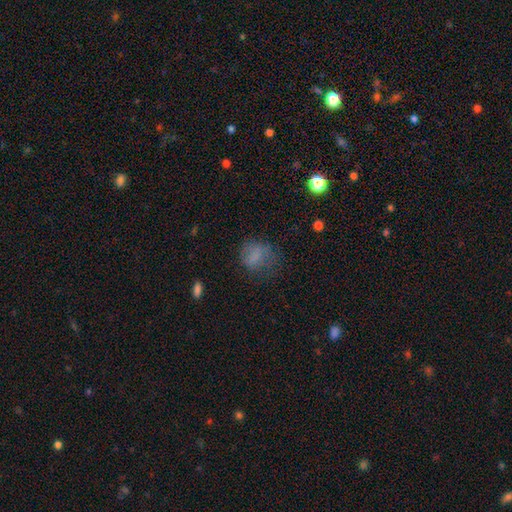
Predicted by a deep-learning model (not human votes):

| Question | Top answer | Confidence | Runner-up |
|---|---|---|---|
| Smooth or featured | smooth | 69% | featured or disk (16%) |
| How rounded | round | 59% | in between (39%) |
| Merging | none | 52% | minor disturbance (23%) |